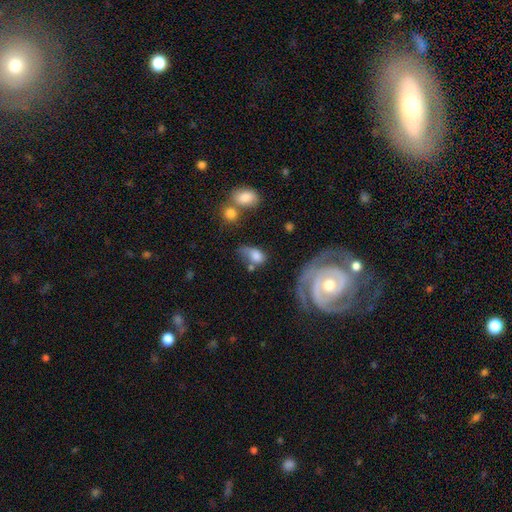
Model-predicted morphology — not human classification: Smooth or featured: smooth — 66% (featured or disk — 24%)
How rounded: in between — 80% (round — 17%)
Merging: major disturbance — 28% (tied with none — 28%)